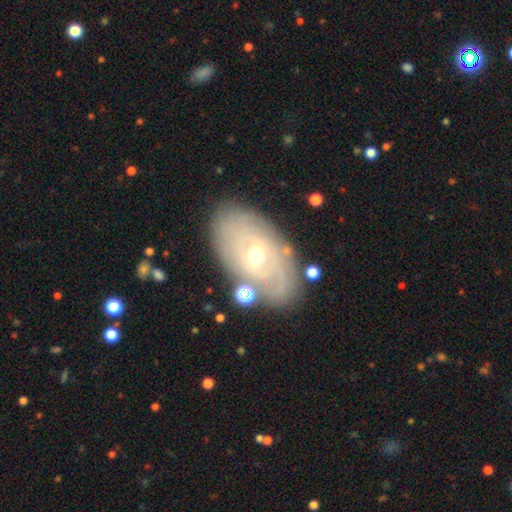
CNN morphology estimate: Overall: featured or disk (74%). Edge-on disk: no (93%). Bar: no (58%; weak 33%). Spiral arms: yes (77%). Spiral arm count: can't tell (57%; 2 19%). Spiral winding: tight (74%). Bulge size: small (59%; moderate 38%). Merging: none (78%).